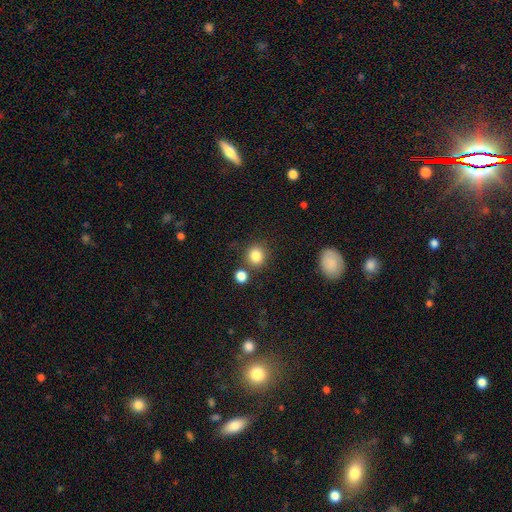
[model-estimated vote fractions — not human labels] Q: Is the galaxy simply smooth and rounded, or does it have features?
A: smooth — 84%.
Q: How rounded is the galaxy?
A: round — 83%.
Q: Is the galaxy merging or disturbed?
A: none — 77%.